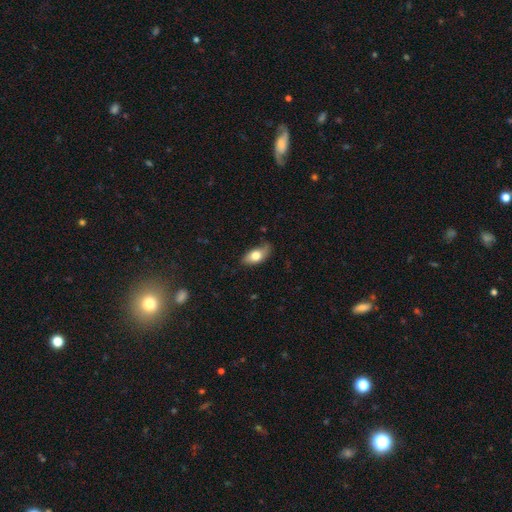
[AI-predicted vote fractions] Smooth or featured: smooth — 72% (featured or disk — 21%)
How rounded: in between — 88% (cigar-shaped — 7%)
Merging: none — 64% (minor disturbance — 28%)